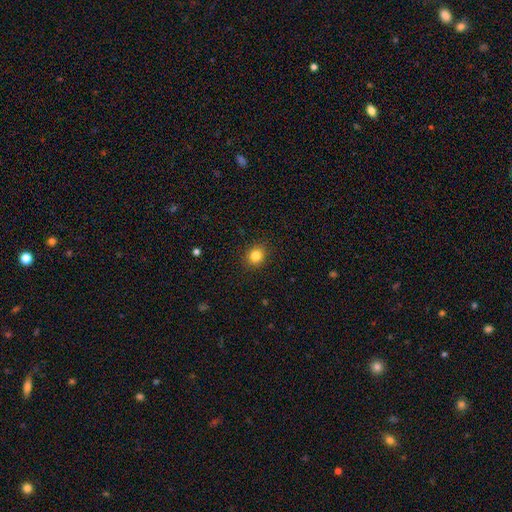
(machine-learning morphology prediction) A smooth galaxy with no disk features (83%) that is round (75%).

Vote fractions:
- Smooth or featured? smooth: 83% / star or artifact: 11% / featured or disk: 6%
- How rounded? round: 75% / in between: 24% / cigar-shaped: 1%
- Merging? none: 90% / minor disturbance: 7% / major disturbance: 2% / merger: 1%